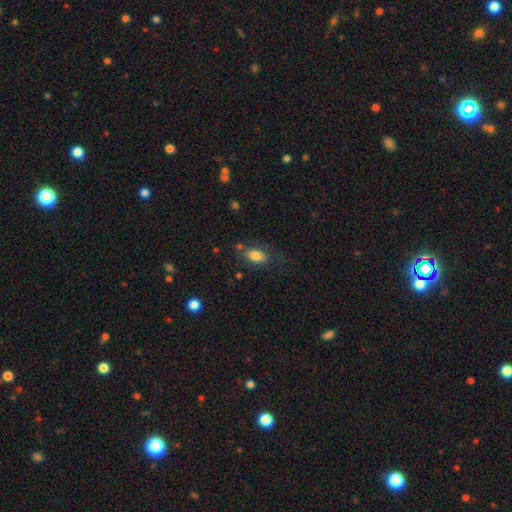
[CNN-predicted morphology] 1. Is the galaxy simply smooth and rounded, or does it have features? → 79% smooth, 13% featured or disk, 8% star or artifact.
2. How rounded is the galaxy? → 89% in between, 6% cigar-shaped, 5% round.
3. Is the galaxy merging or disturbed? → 66% none, 19% minor disturbance, 10% major disturbance, 5% merger.